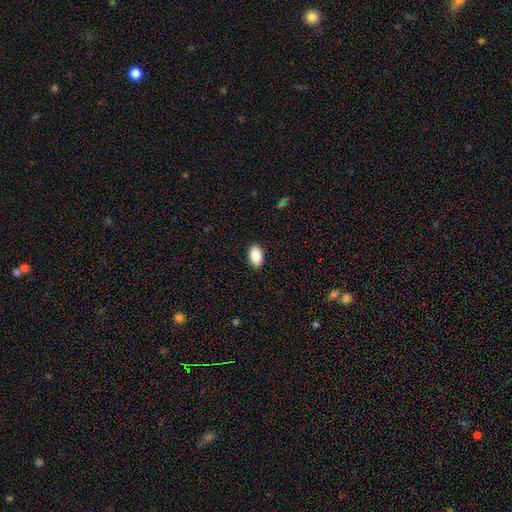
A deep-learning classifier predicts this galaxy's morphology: The model was most divided on "smooth or featured": smooth: 88%, star or artifact: 7%, featured or disk: 5%. More confident: how rounded — in between (94%); merging — none (90%).